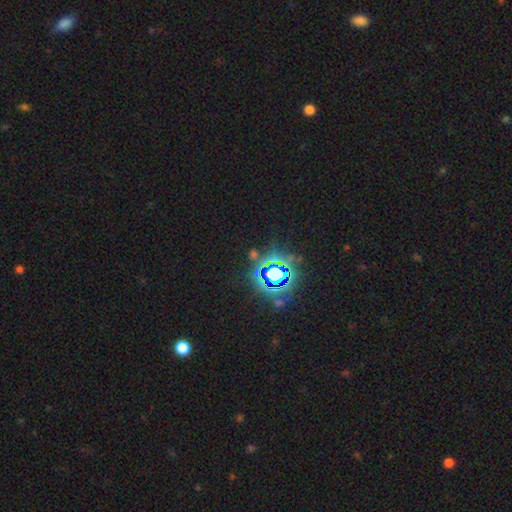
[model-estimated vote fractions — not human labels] smooth-or-featured: star or artifact: 80% | smooth: 12% | featured or disk: 8%